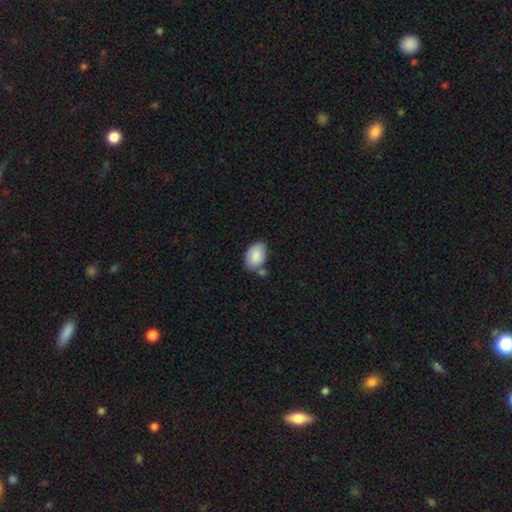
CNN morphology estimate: smooth_or_featured: smooth (p=0.86) [alt: featured or disk p=0.08]
how_rounded: in between (p=0.86) [alt: round p=0.13]
merging: none (p=0.54) [alt: minor disturbance p=0.23]